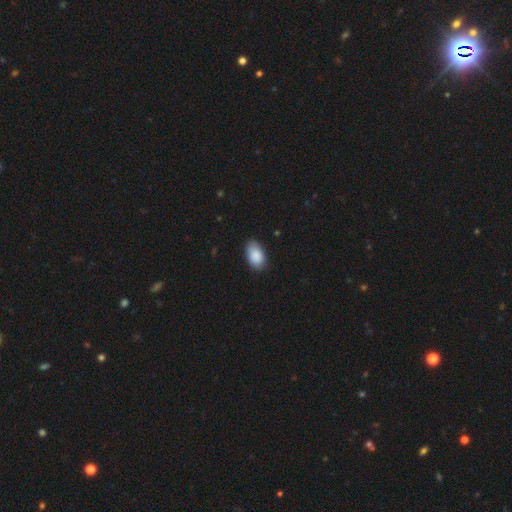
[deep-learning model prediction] A smooth galaxy with no disk features (89%) that is in between round and cigar-shaped (92%).

Vote fractions:
- Smooth or featured? smooth: 89% / star or artifact: 6% / featured or disk: 5%
- How rounded? in between: 92% / round: 6% / cigar-shaped: 1%
- Merging? none: 78% / minor disturbance: 18% / major disturbance: 3% / merger: 1%